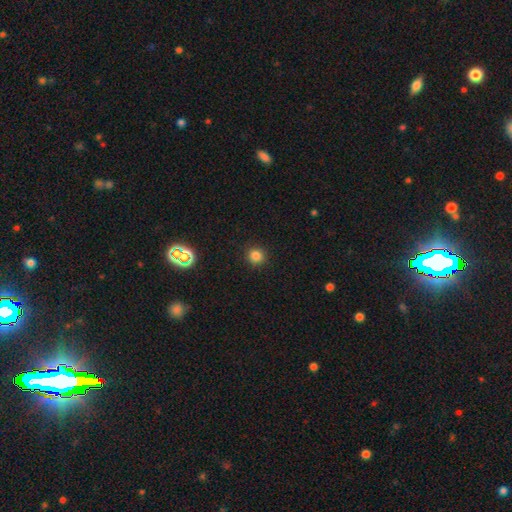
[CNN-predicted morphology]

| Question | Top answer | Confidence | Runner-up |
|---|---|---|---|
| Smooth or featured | smooth | 82% | star or artifact (14%) |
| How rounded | round | 92% | in between (7%) |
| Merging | none | 91% | minor disturbance (6%) |